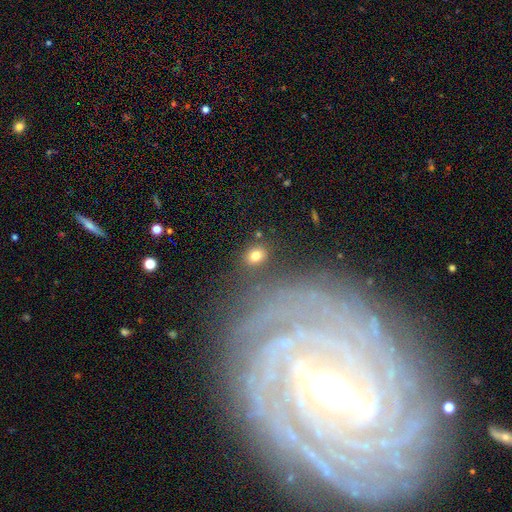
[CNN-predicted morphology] smooth_or_featured: smooth (p=0.78) [alt: star or artifact p=0.13]
how_rounded: in between (p=0.53) [alt: round p=0.46]
merging: none (p=0.79) [alt: minor disturbance p=0.10]